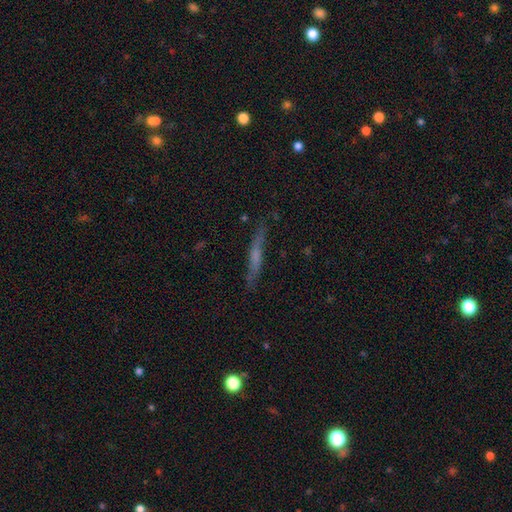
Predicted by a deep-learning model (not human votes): Morphology: type=featured or disk (51%); edge-on=yes (90%); merging=none (81%).